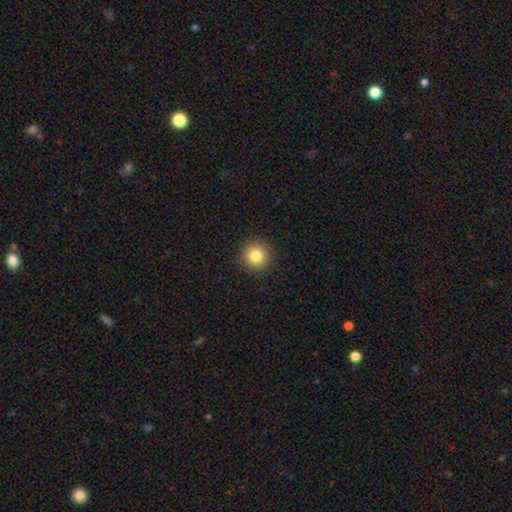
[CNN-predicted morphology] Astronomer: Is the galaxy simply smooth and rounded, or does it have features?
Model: smooth — 83%.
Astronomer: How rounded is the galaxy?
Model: round — 94%.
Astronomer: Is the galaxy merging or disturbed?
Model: none — 91%.